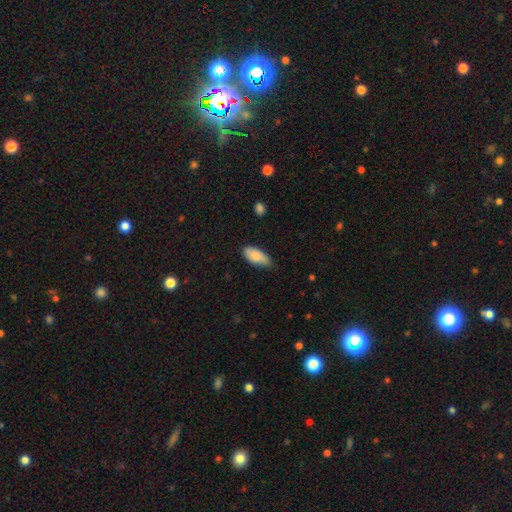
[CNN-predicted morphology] Smooth or featured?
  - smooth: 82% *
  - featured or disk: 12%
  - star or artifact: 6%
How rounded?
  - in between: 90% *
  - cigar-shaped: 8%
  - round: 2%
Merging?
  - none: 68% *
  - minor disturbance: 28%
  - major disturbance: 3%
  - merger: 1%